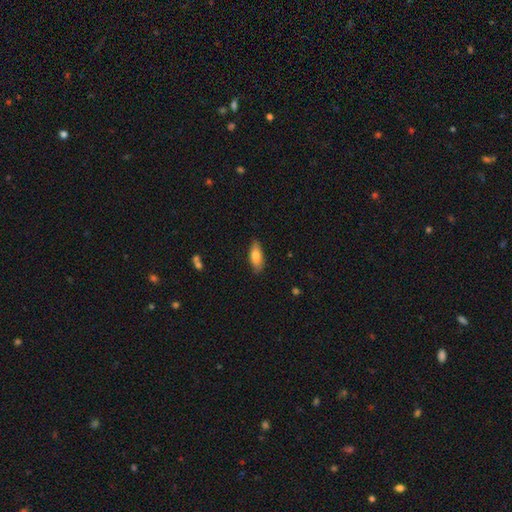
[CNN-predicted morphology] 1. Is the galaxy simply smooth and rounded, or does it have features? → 79% smooth, 15% featured or disk, 6% star or artifact.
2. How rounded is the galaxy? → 71% in between, 27% cigar-shaped, 2% round.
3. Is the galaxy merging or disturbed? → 82% none, 14% minor disturbance, 3% major disturbance, 1% merger.